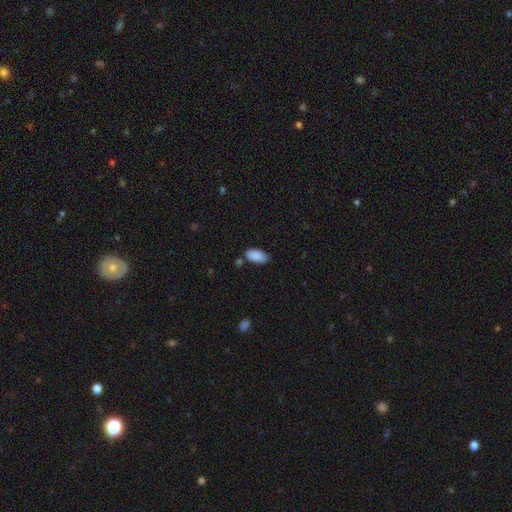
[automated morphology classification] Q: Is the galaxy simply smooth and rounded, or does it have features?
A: smooth — 89%.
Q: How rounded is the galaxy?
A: in between — 95%.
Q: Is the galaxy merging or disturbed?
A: none — 76%.